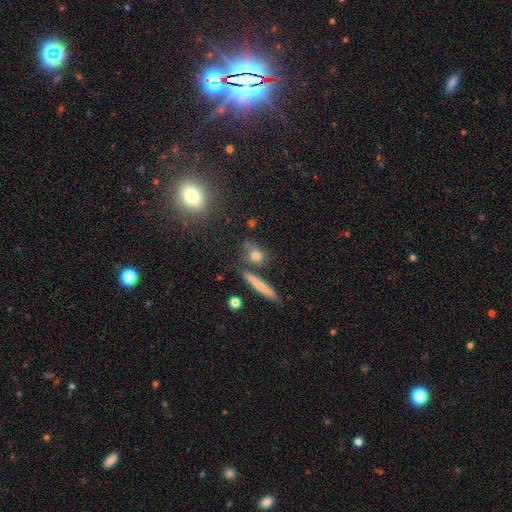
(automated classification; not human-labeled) Smooth or featured?
  - smooth: 72% *
  - featured or disk: 16%
  - star or artifact: 12%
How rounded?
  - round: 55% *
  - in between: 25%
  - cigar-shaped: 19%
Merging?
  - none: 70% *
  - minor disturbance: 14%
  - merger: 12%
  - major disturbance: 5%